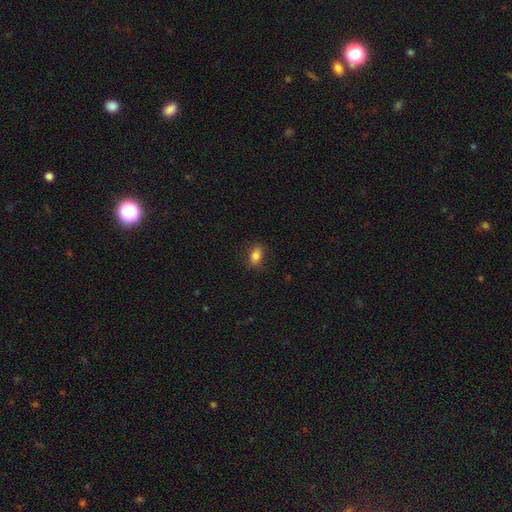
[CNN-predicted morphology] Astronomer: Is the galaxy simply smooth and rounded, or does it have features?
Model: smooth — 82%.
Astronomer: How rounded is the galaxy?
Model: in between — 82%.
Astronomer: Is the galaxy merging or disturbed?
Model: none — 84%.